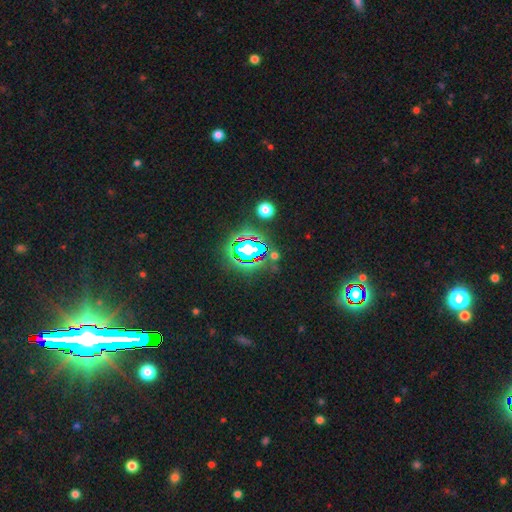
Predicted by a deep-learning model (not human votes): Overall: star or artifact (82%).